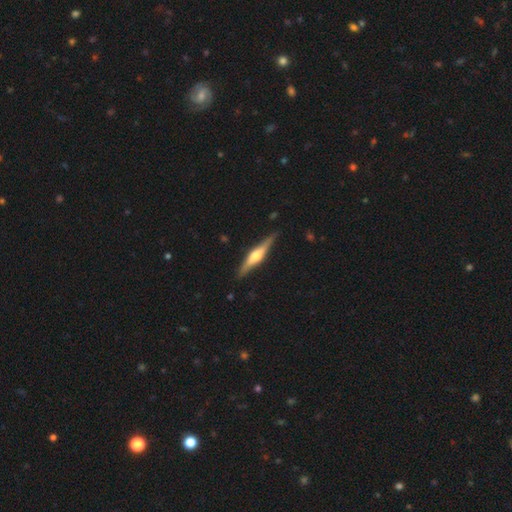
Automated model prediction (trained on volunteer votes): Smooth or featured: featured or disk — 73% (smooth — 22%)
Edge-on disk: yes — 97% (no — 3%)
Edge-on bulge: rounded — 86% (boxy — 11%)
Merging: none — 87% (minor disturbance — 10%)